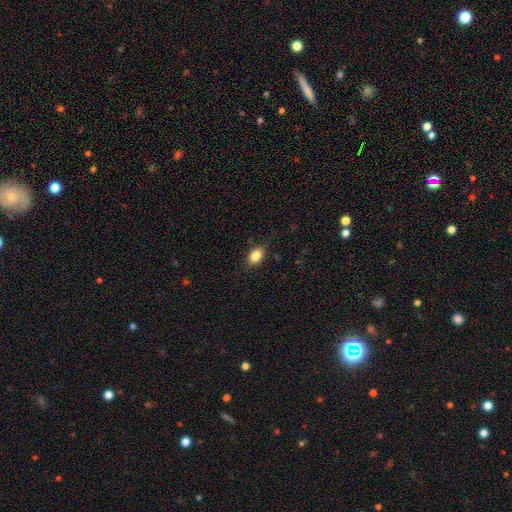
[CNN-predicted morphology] smooth-or-featured: smooth: 85% | star or artifact: 9% | featured or disk: 6%
  how-rounded: in between: 84% | round: 15% | cigar-shaped: 2%
  merging: none: 82% | minor disturbance: 14% | major disturbance: 3% | merger: 1%